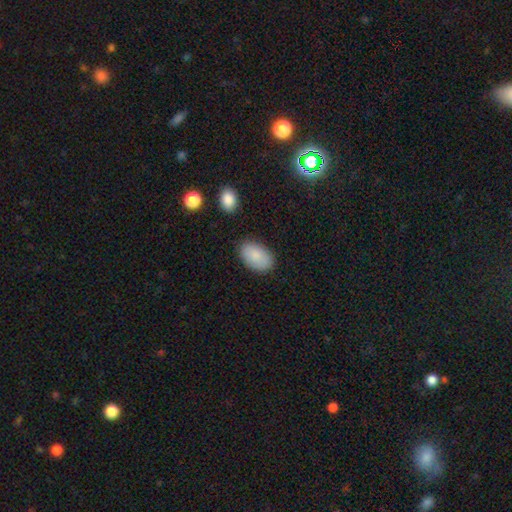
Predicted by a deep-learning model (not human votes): A smooth galaxy with no disk features (86%) that is in between round and cigar-shaped (93%). Merging: none (83%).